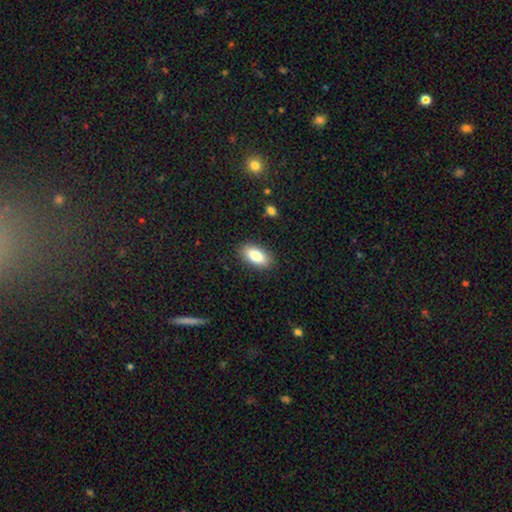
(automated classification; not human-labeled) smooth 82%, featured or disk 11%, star or artifact 7%. Down the decision tree: how rounded — in between (90%); merging — none (88%).